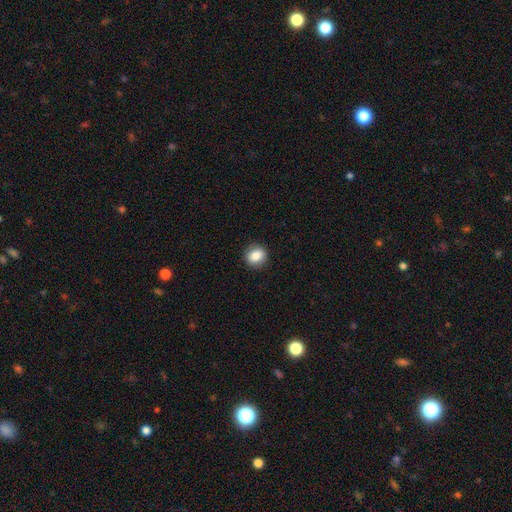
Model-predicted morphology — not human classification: A smooth galaxy with no disk features (84%) that is round (81%). Merging: none (89%).